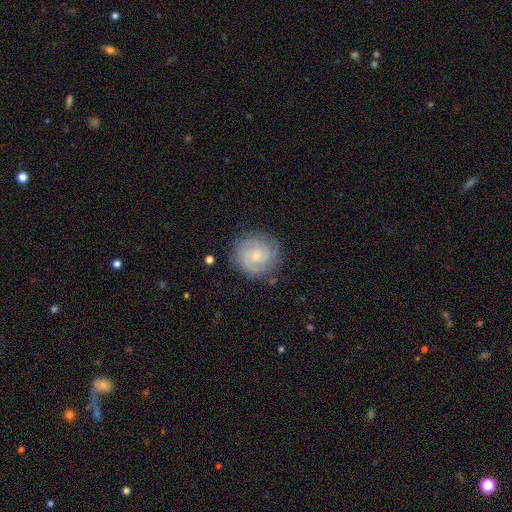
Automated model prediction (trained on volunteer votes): Smooth or featured: featured or disk — 82% (smooth — 12%)
Edge-on disk: no — 98% (yes — 2%)
Bar: no — 69% (weak — 27%)
Spiral arms: yes — 97% (no — 3%)
Spiral winding: tight — 73% (medium — 23%)
Spiral arm count: 2 — 55% (3 — 20%)
Bulge size: small — 73% (moderate — 21%)
Merging: none — 83% (minor disturbance — 12%)